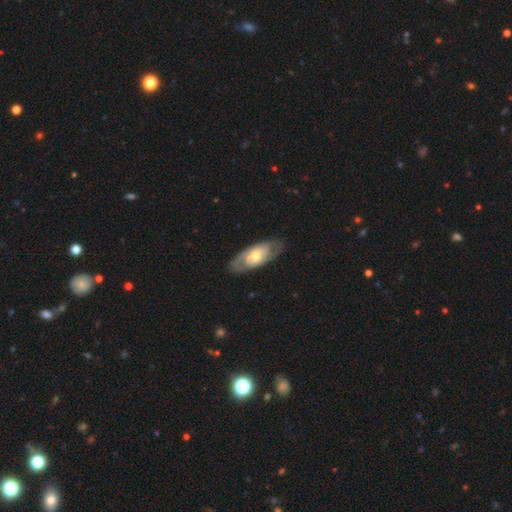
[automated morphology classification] Overall: featured or disk (62%; smooth 33%). Edge-on disk: no (85%). Bar: no (57%; weak 32%). Spiral arms: yes (63%; no 37%). Bulge size: moderate (61%; small 27%). Merging: none (79%).